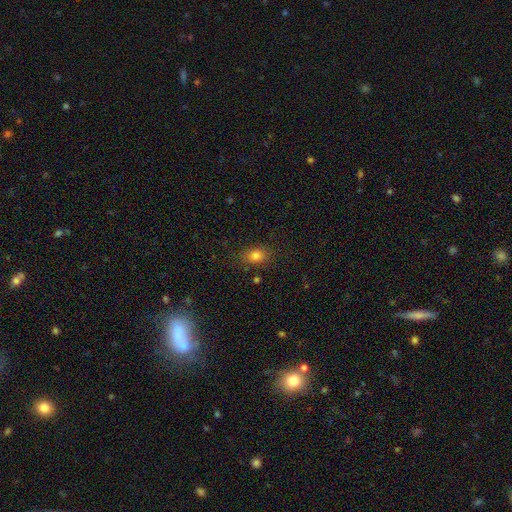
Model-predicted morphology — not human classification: Q: Smooth or featured?
A: smooth (80%); runner-up: star or artifact (13%)
Q: How rounded?
A: in between (66%); runner-up: round (32%)
Q: Merging?
A: none (81%); runner-up: minor disturbance (13%)